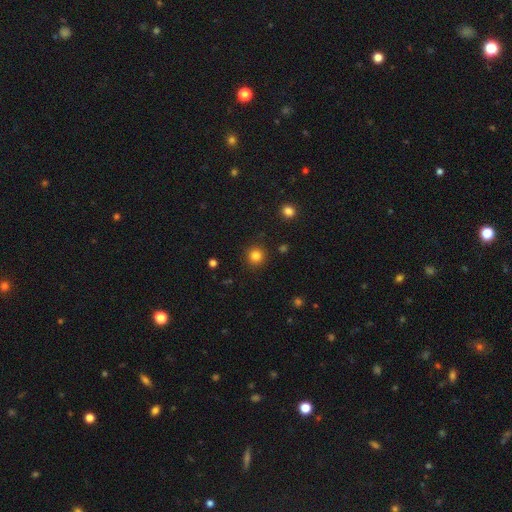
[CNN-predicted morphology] Q: Smooth or featured?
A: smooth (83%); runner-up: star or artifact (13%)
Q: How rounded?
A: round (93%); runner-up: in between (6%)
Q: Merging?
A: none (90%); runner-up: minor disturbance (6%)